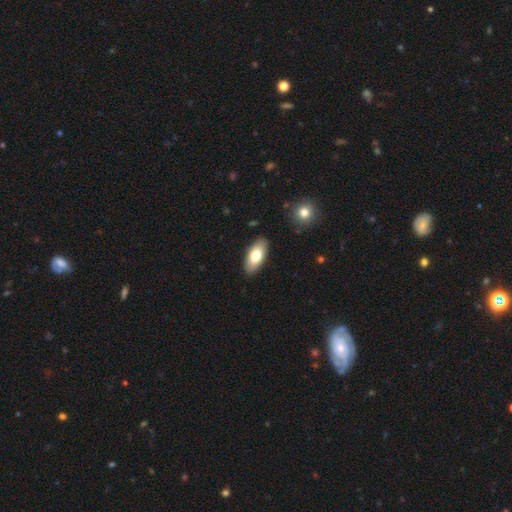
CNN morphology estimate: smooth 74%, featured or disk 20%, star or artifact 6%. Down the decision tree: how rounded — in between (89%); merging — none (88%).